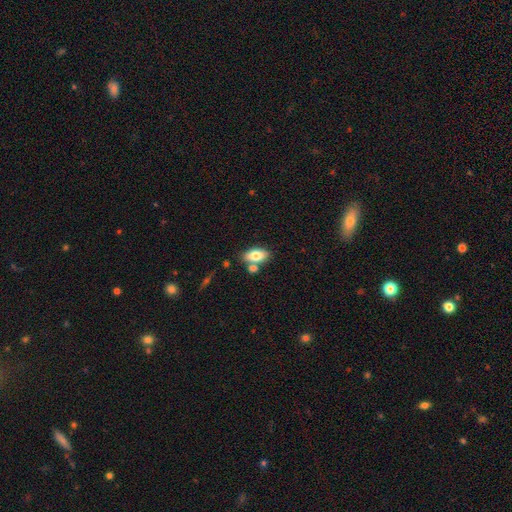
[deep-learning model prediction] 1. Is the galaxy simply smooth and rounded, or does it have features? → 78% smooth, 15% featured or disk, 7% star or artifact.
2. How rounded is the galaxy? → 91% in between, 5% cigar-shaped, 4% round.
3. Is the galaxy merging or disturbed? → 64% none, 21% merger, 12% minor disturbance, 3% major disturbance.